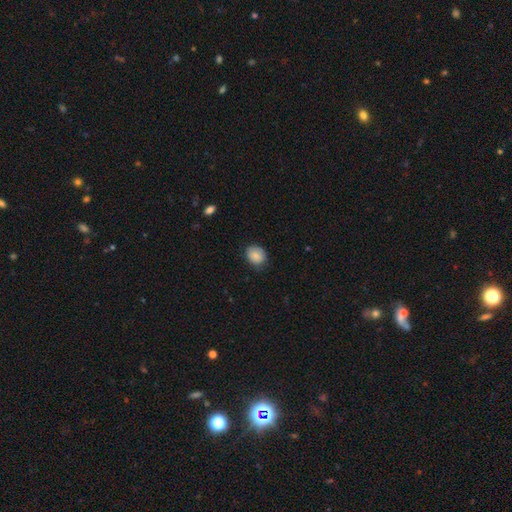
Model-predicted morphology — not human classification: A smooth galaxy with no disk features (83%) that is round (52%). Merging: none (74%).